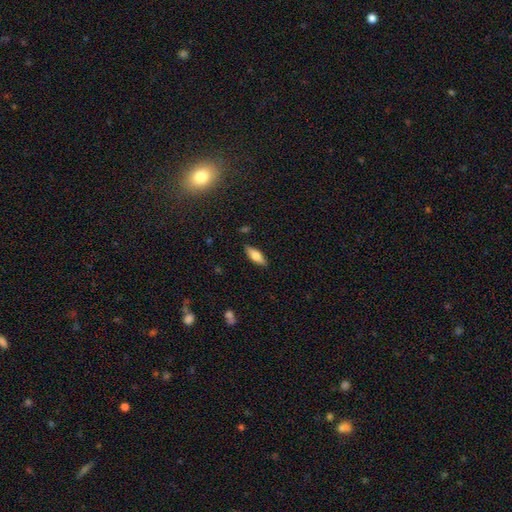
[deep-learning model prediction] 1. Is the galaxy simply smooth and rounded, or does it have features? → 72% smooth, 21% featured or disk, 7% star or artifact.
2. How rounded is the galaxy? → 71% in between, 26% cigar-shaped, 2% round.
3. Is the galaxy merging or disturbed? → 87% none, 10% minor disturbance, 2% major disturbance, 1% merger.